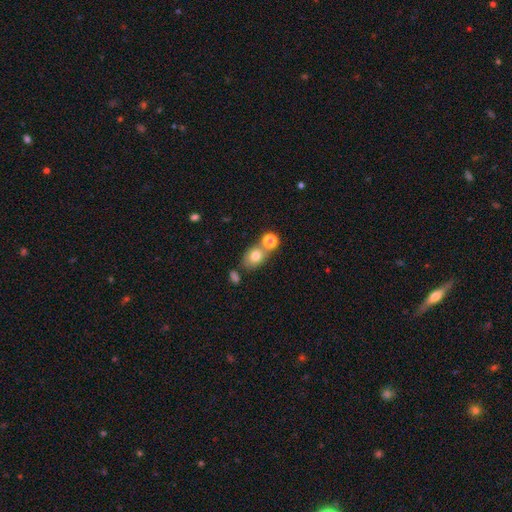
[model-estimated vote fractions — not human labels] Smooth or featured? smooth (75%)
How rounded? in between (63%)
Merging? none (50%)